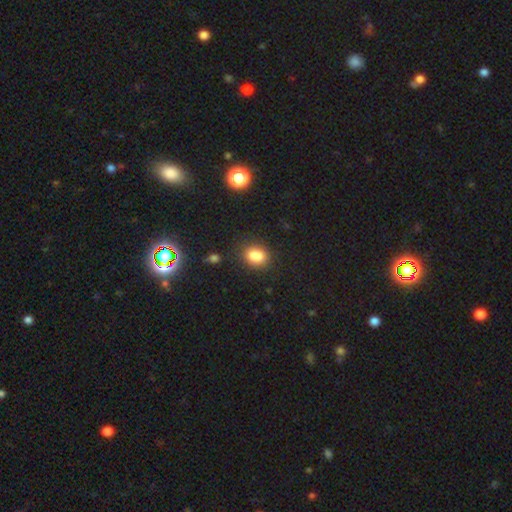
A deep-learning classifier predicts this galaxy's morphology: type=smooth (84%); roundness=in between (66%); merging=none (77%).